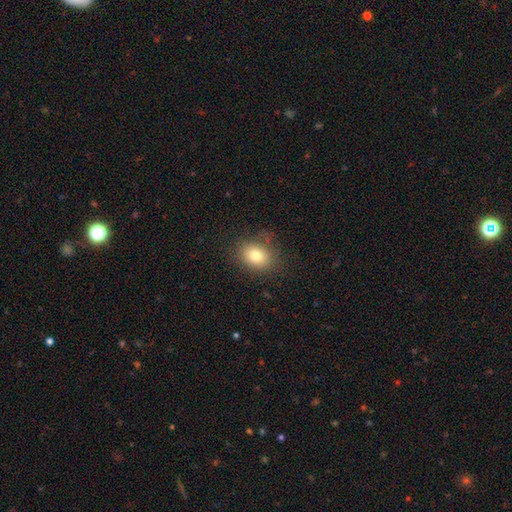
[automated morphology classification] Smooth or featured: smooth — 78% (star or artifact — 11%)
How rounded: in between — 54% (round — 45%)
Merging: none — 79% (minor disturbance — 15%)